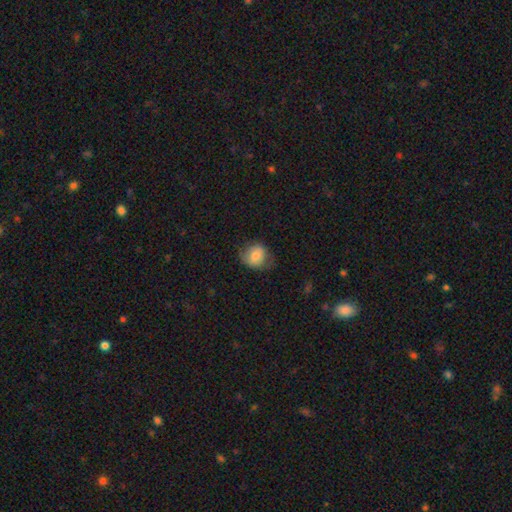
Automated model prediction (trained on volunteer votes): smooth-or-featured: smooth: 74% | featured or disk: 18% | star or artifact: 8%
  how-rounded: round: 72% | in between: 27% | cigar-shaped: 1%
  merging: none: 63% | minor disturbance: 25% | major disturbance: 11% | merger: 1%